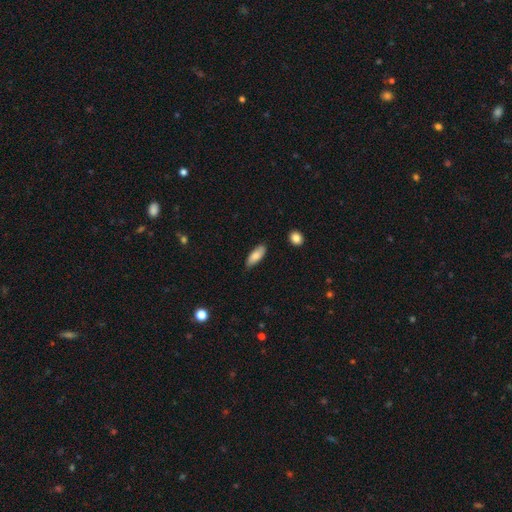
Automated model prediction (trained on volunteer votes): A smooth galaxy with no disk features (82%) that is in between round and cigar-shaped (73%). Merging: none (77%).